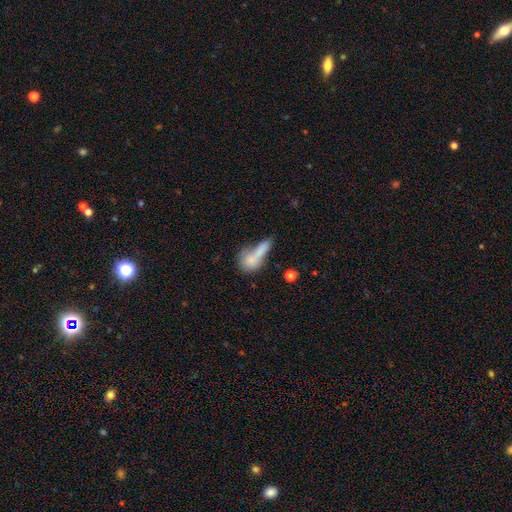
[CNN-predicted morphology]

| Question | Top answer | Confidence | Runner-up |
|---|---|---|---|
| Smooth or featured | smooth | 70% | featured or disk (19%) |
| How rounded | in between | 49% | cigar-shaped (37%) |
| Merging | merger | 42% | none (29%) |